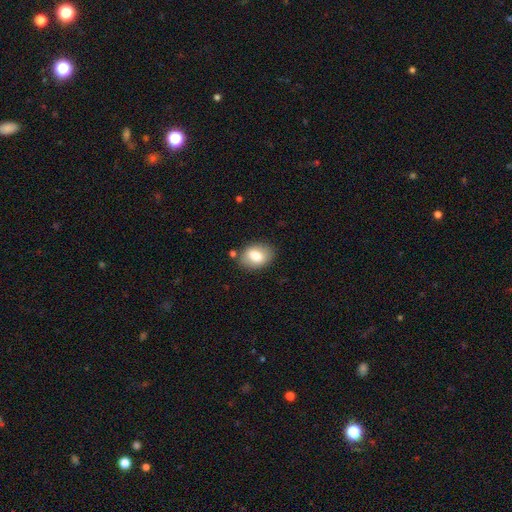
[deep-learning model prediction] Smooth or featured: smooth — 76% (featured or disk — 17%)
How rounded: in between — 80% (round — 19%)
Merging: none — 78% (minor disturbance — 14%)